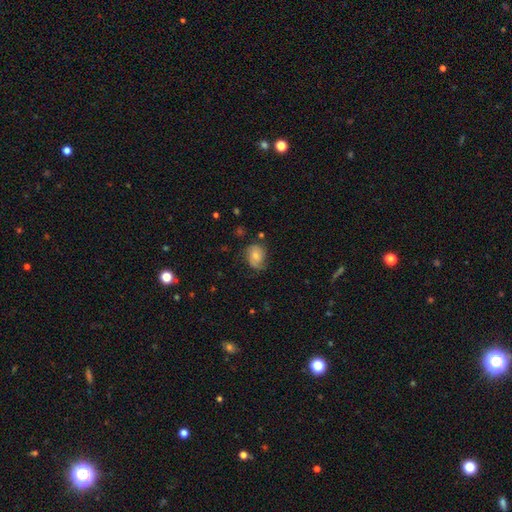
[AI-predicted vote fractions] Smooth or featured? smooth (53%)
How rounded? in between (54%)
Merging? none (59%)